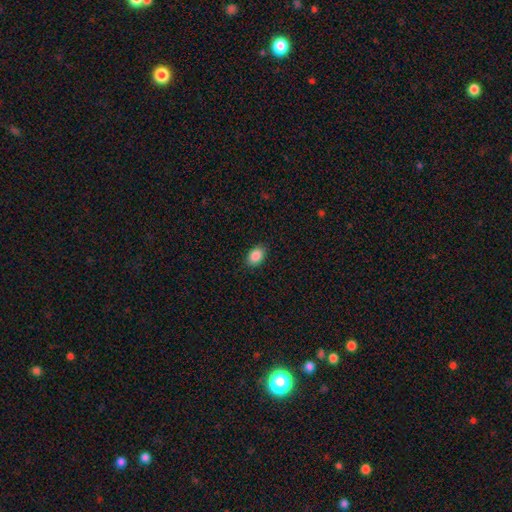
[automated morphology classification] A smooth galaxy with no disk features (88%) that is in between round and cigar-shaped (81%). Merging: none (88%).